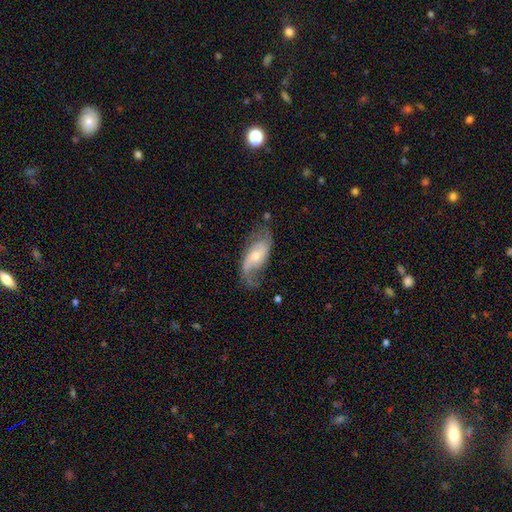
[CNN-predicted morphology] This is likely a featured or disk galaxy (75%). It is clearly not viewed edge-on (93%). Bar: possibly no (56%). Spiral arm pattern: clearly yes (91%). Spiral arm count: likely 2 (77%). Spiral winding: possibly loose (55%). Central bulge: possibly moderate (54%). Merging: possibly none (59%).